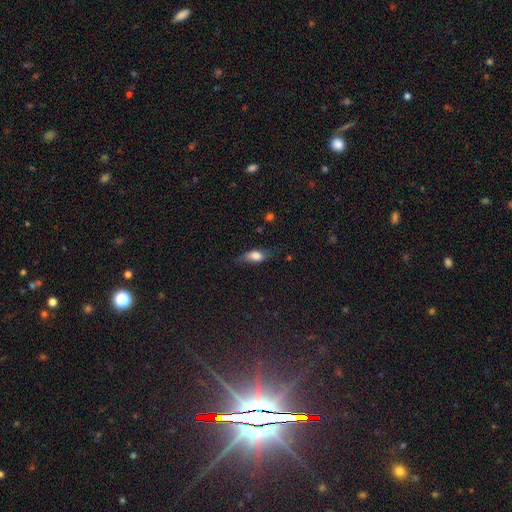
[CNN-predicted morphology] smooth_or_featured: smooth (p=0.75) [alt: featured or disk p=0.16]
how_rounded: in between (p=0.78) [alt: cigar-shaped p=0.17]
merging: none (p=0.61) [alt: minor disturbance p=0.28]